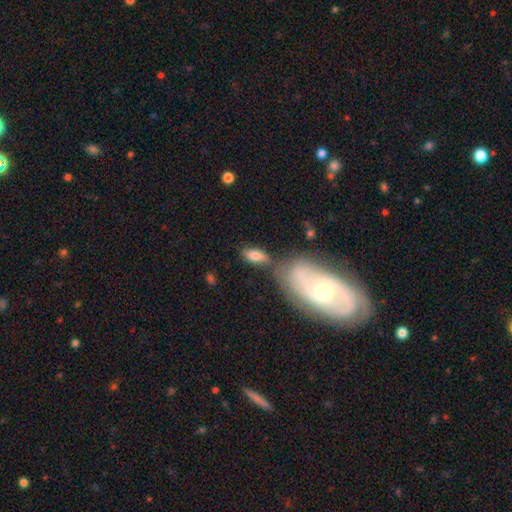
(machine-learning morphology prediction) The model was most divided on "merging": none: 57%, merger: 18%, minor disturbance: 17%, major disturbance: 8%. More confident: how rounded — in between (85%); smooth or featured — smooth (76%).